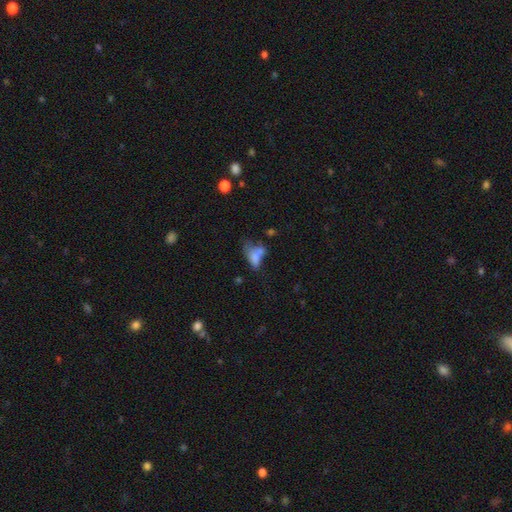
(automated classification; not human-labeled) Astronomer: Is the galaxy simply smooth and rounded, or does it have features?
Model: smooth — 64%.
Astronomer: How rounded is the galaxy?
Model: in between — 83%.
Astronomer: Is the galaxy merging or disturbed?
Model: merger — 37% (runner-up: major disturbance, 26%).